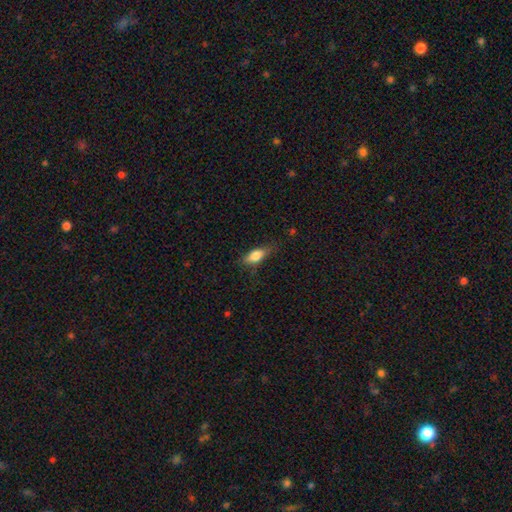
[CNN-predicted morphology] Smooth or featured? smooth (74%)
How rounded? in between (72%)
Merging? none (70%)